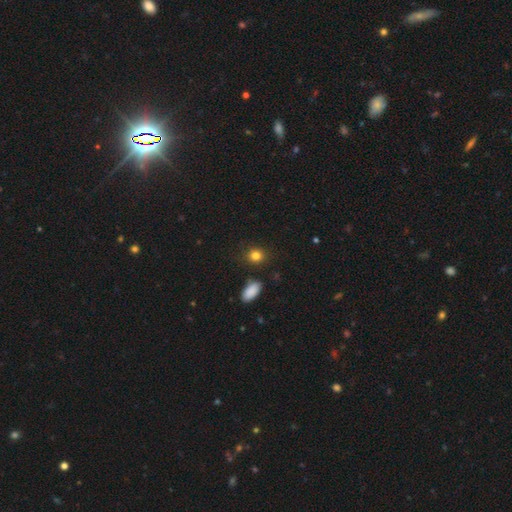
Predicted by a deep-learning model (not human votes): smooth_or_featured: smooth (p=0.84) [alt: star or artifact p=0.11]
how_rounded: round (p=0.72) [alt: in between p=0.26]
merging: none (p=0.85) [alt: minor disturbance p=0.09]